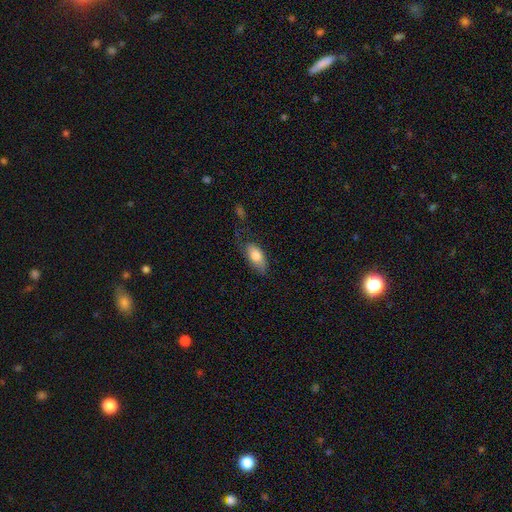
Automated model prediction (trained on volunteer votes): A smooth galaxy with no disk features (77%) that is in between round and cigar-shaped (90%).

Vote fractions:
- Smooth or featured? smooth: 77% / featured or disk: 17% / star or artifact: 6%
- How rounded? in between: 90% / cigar-shaped: 7% / round: 3%
- Merging? none: 54% / minor disturbance: 28% / major disturbance: 16% / merger: 2%